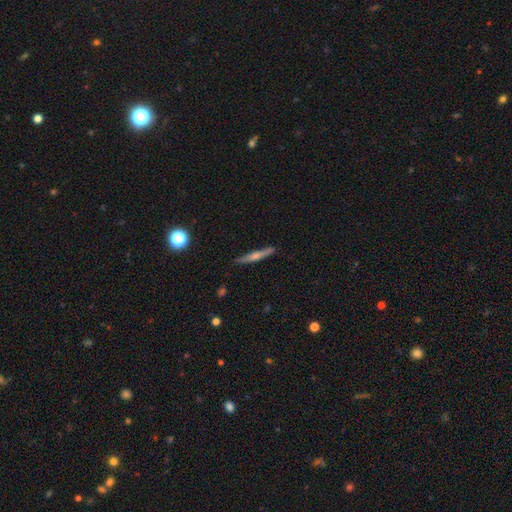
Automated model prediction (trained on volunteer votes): smooth_or_featured: featured or disk (p=0.61) [alt: smooth p=0.32]
disk_edge_on: yes (p=0.97) [alt: no p=0.03]
edge_on_bulge: rounded (p=0.80) [alt: none p=0.15]
merging: none (p=0.90) [alt: minor disturbance p=0.08]